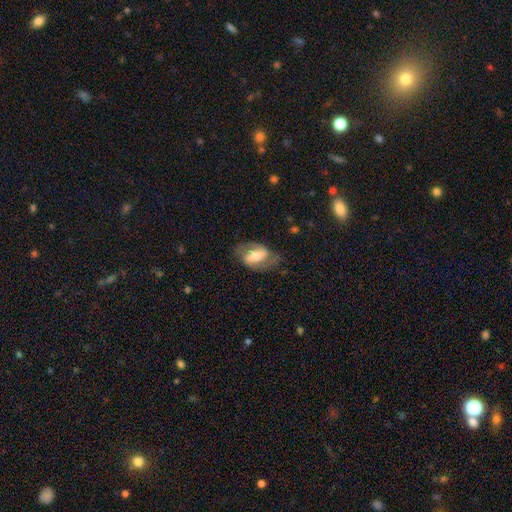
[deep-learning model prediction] smooth-or-featured: featured or disk: 65% | smooth: 29% | star or artifact: 6%
  disk-edge-on: no: 92% | yes: 8%
    bar: strong: 52% | weak: 32% | no: 15%
    has-spiral-arms: yes: 76% | no: 24%
    bulge-size: moderate: 57% | small: 22% | large: 17% | none: 3% | dominant: 2%
  merging: none: 67% | minor disturbance: 21% | major disturbance: 11% | merger: 1%